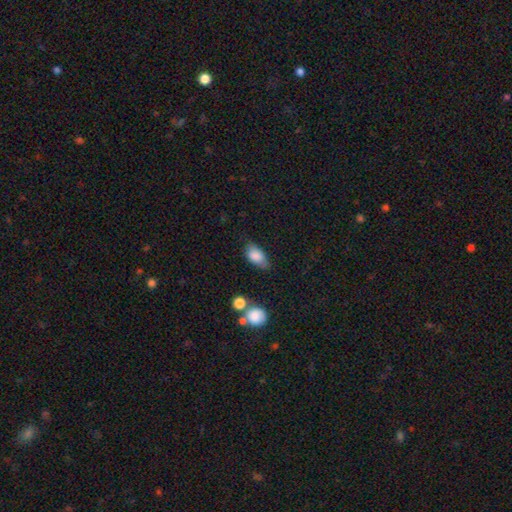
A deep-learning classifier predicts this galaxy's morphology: A smooth galaxy with no disk features (84%) that is in between round and cigar-shaped (89%).

Vote fractions:
- Smooth or featured? smooth: 84% / featured or disk: 9% / star or artifact: 7%
- How rounded? in between: 89% / round: 7% / cigar-shaped: 5%
- Merging? none: 61% / minor disturbance: 27% / major disturbance: 7% / merger: 6%